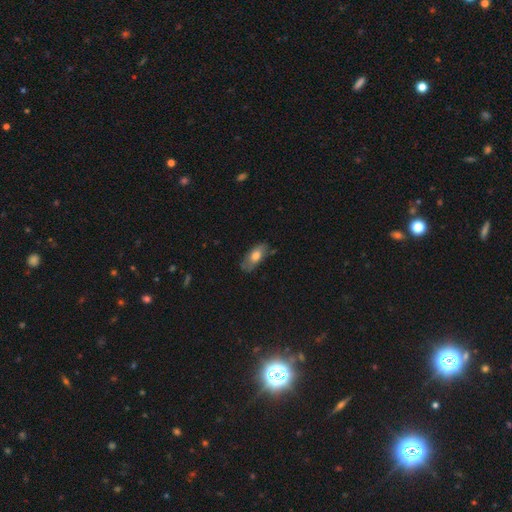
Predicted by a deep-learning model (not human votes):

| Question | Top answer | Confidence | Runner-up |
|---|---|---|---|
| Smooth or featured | smooth | 67% | featured or disk (26%) |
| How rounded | in between | 85% | cigar-shaped (11%) |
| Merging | none | 70% | minor disturbance (23%) |